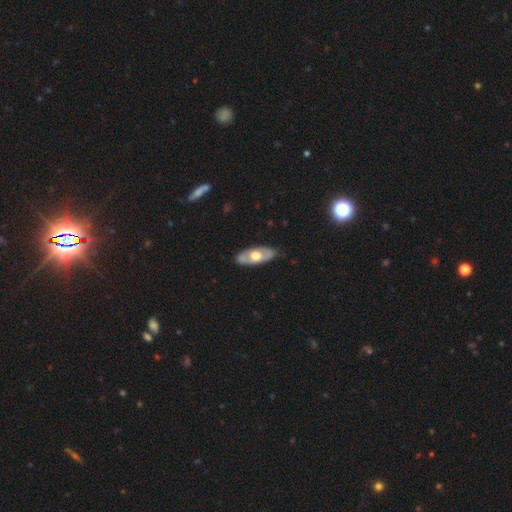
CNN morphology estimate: This is possibly a featured or disk galaxy (54%). It is likely not viewed edge-on (74%). Merging: clearly none (83%).